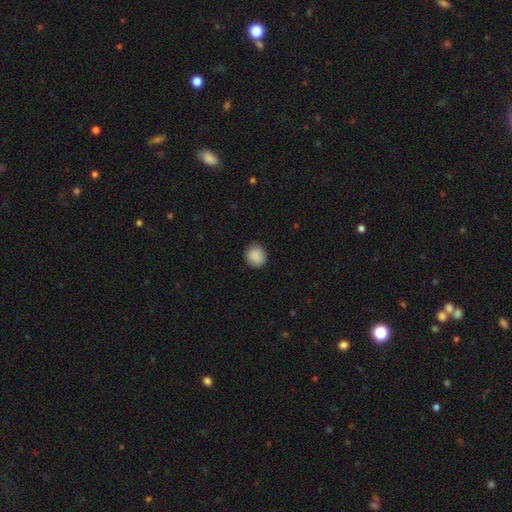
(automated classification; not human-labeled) smooth_or_featured: smooth (p=0.90) [alt: star or artifact p=0.08]
how_rounded: round (p=0.87) [alt: in between p=0.12]
merging: none (p=0.90) [alt: minor disturbance p=0.07]